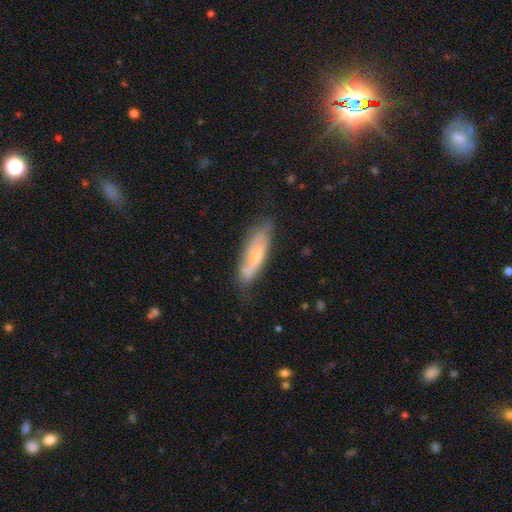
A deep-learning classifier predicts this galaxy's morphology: featured or disk 48%, smooth 45%, star or artifact 7%. Down the decision tree: merging — none (66%).